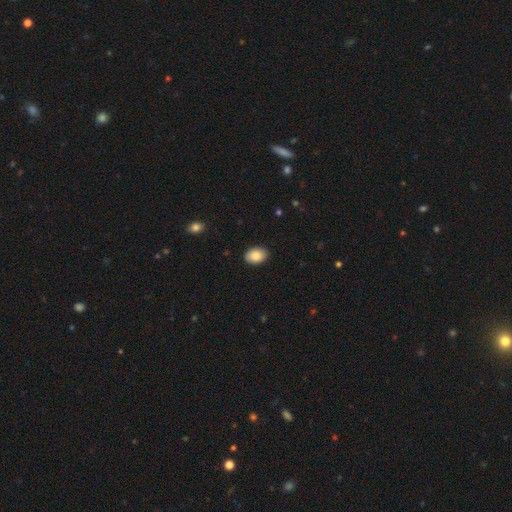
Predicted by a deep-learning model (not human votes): A smooth galaxy with no disk features (87%) that is in between round and cigar-shaped (79%).

Vote fractions:
- Smooth or featured? smooth: 87% / star or artifact: 7% / featured or disk: 6%
- How rounded? in between: 79% / round: 20% / cigar-shaped: 1%
- Merging? none: 90% / minor disturbance: 8% / major disturbance: 2% / merger: 1%